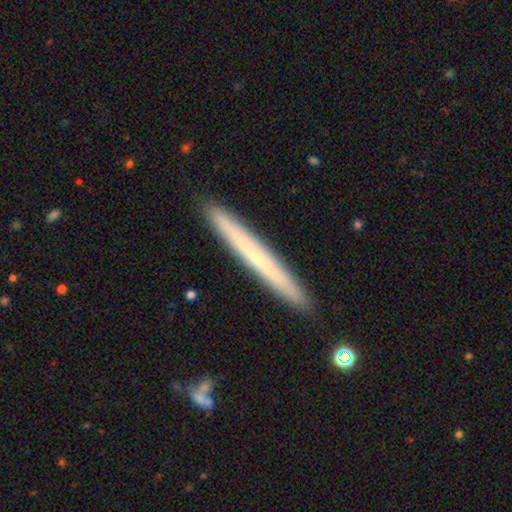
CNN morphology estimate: type=smooth (50%); roundness=cigar-shaped (97%); merging=none (92%).